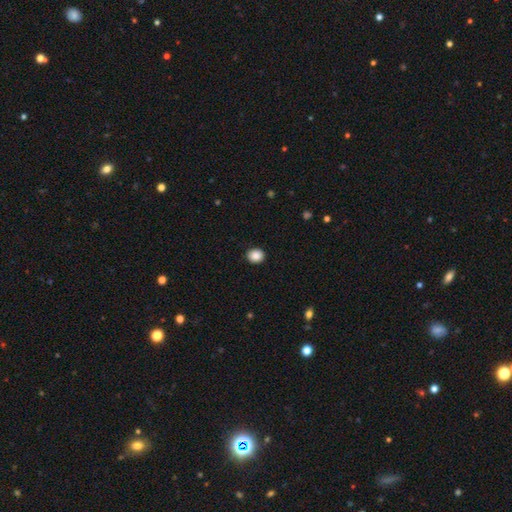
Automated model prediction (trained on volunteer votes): The model was most divided on "how rounded": round: 70%, in between: 30%, cigar-shaped: 1%. More confident: merging — none (91%); smooth or featured — smooth (88%).